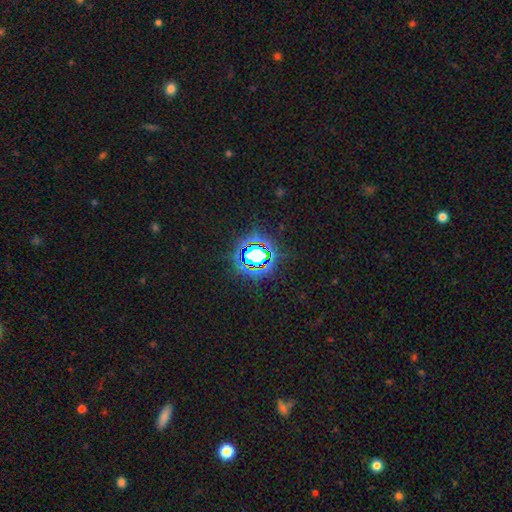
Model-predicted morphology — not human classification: Overall: star or artifact (75%).